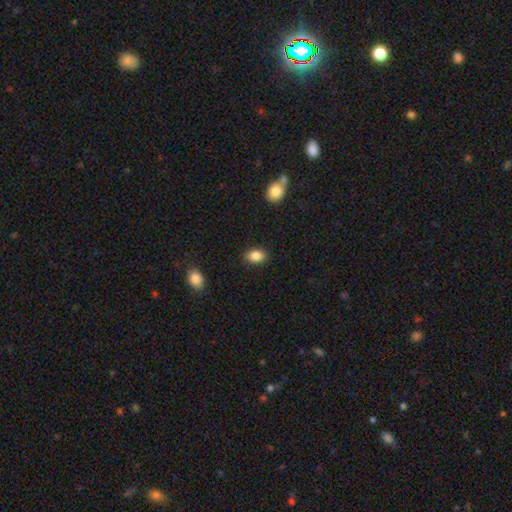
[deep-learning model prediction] Smooth or featured? Predicted: smooth (p=0.86). How rounded? Predicted: in between (p=0.75). Merging? Predicted: none (p=0.88).